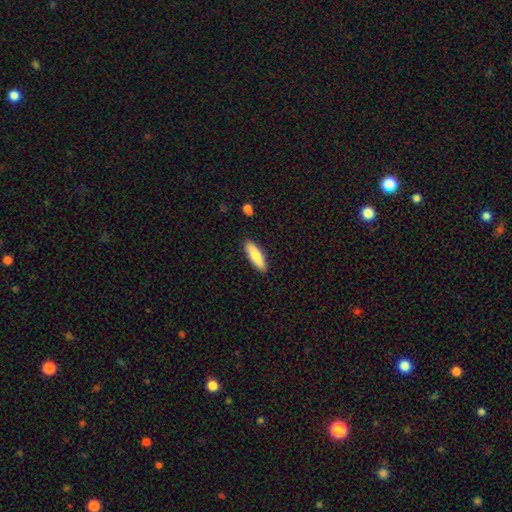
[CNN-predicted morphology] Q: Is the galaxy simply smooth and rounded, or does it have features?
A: smooth — 79%.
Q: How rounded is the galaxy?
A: cigar-shaped — 54%.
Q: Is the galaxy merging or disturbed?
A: none — 88%.